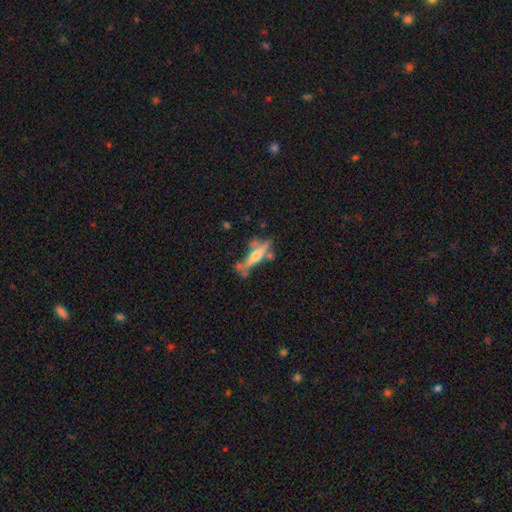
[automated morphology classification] Smooth or featured? featured or disk (59%)
Edge-on disk? yes (91%)
Edge-on bulge? rounded (81%)
Merging? none (57%)